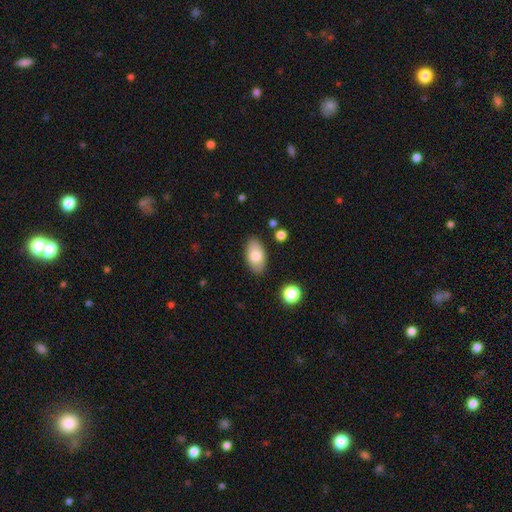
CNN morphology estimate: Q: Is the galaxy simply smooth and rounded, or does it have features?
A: smooth — 79%.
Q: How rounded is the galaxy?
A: in between — 93%.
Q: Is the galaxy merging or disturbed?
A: none — 84%.